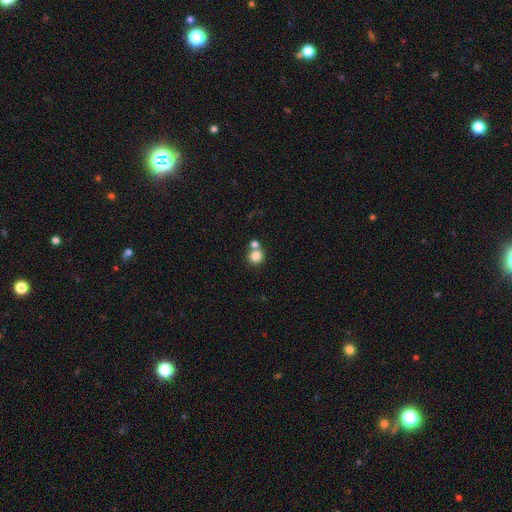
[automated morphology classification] smooth_or_featured: smooth (p=0.81) [alt: star or artifact p=0.11]
how_rounded: round (p=0.91) [alt: in between p=0.08]
merging: none (p=0.56) [alt: merger p=0.34]